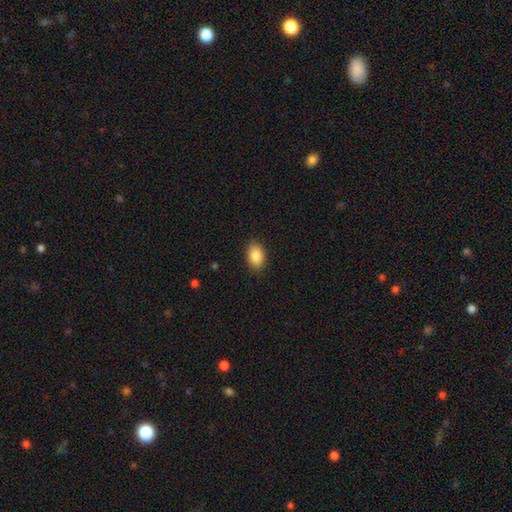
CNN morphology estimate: Smooth or featured? Predicted: smooth (p=0.88). How rounded? Predicted: in between (p=0.89). Merging? Predicted: none (p=0.88).